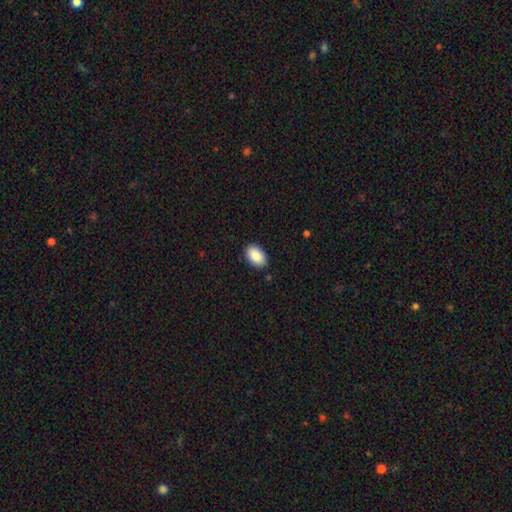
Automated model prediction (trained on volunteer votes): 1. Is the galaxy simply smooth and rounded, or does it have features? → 90% smooth, 6% star or artifact, 4% featured or disk.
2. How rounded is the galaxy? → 92% in between, 7% round, 1% cigar-shaped.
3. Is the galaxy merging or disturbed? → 88% none, 9% minor disturbance, 2% major disturbance, 1% merger.